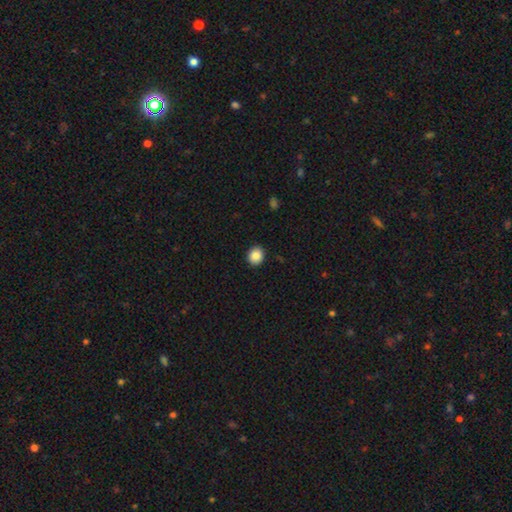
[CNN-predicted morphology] Smooth or featured? Predicted: smooth (p=0.88). How rounded? Predicted: round (p=0.73). Merging? Predicted: none (p=0.91).